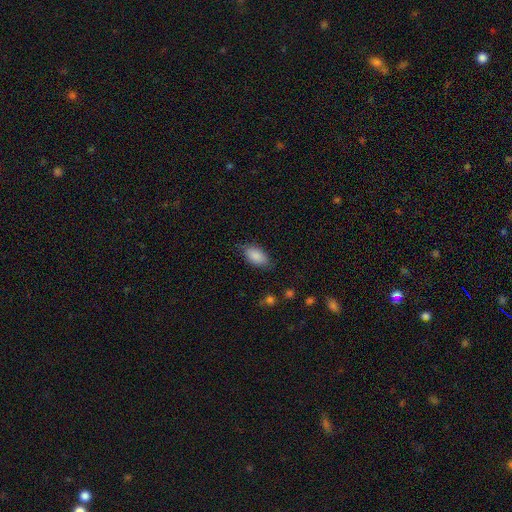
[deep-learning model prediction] smooth 86%, featured or disk 8%, star or artifact 7%. Down the decision tree: how rounded — in between (93%); merging — none (71%).